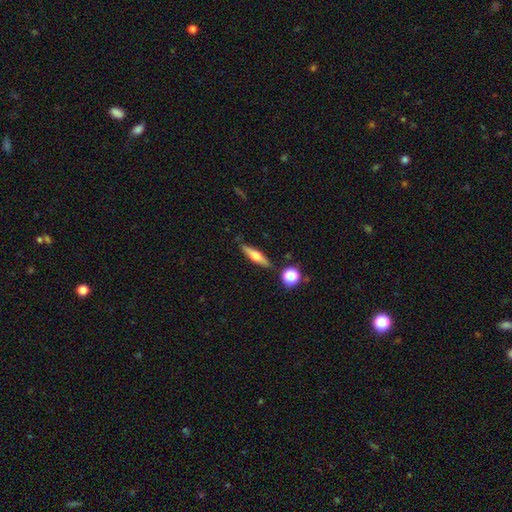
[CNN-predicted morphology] The model was most divided on "smooth or featured": featured or disk: 47%, smooth: 46%, star or artifact: 7%. More confident: merging — none (83%).